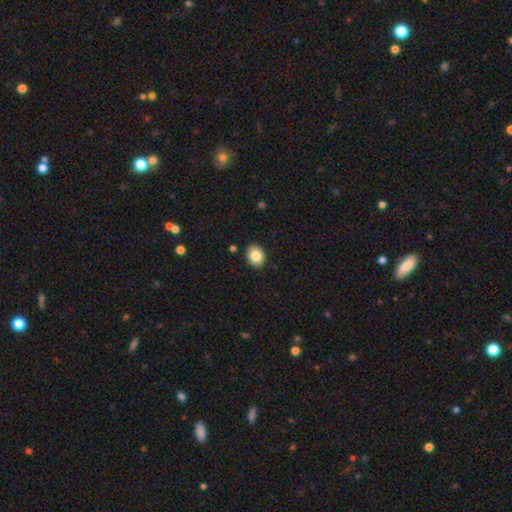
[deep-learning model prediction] A smooth galaxy with no disk features (84%) that is in between round and cigar-shaped (54%).

Vote fractions:
- Smooth or featured? smooth: 84% / star or artifact: 9% / featured or disk: 7%
- How rounded? in between: 54% / round: 45% / cigar-shaped: 1%
- Merging? none: 90% / minor disturbance: 7% / major disturbance: 2% / merger: 1%